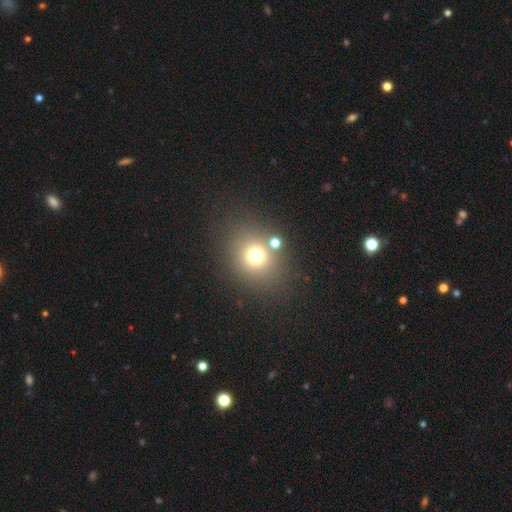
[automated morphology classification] The model was most divided on "how rounded": round: 73%, in between: 26%, cigar-shaped: 1%. More confident: merging — none (73%); smooth or featured — smooth (71%).